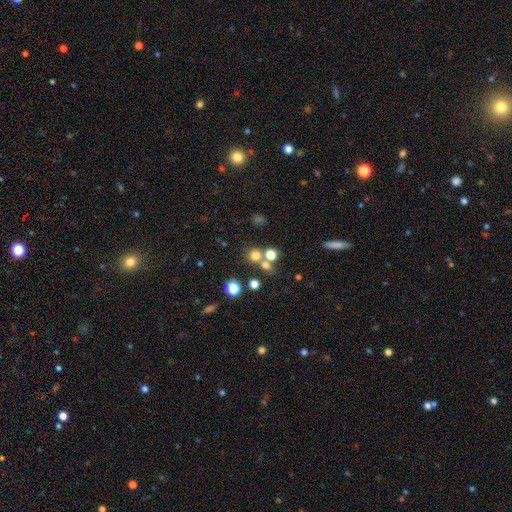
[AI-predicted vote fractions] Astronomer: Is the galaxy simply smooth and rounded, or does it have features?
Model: smooth — 68%.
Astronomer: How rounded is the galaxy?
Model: round — 87%.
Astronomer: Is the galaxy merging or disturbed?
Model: none — 58%.